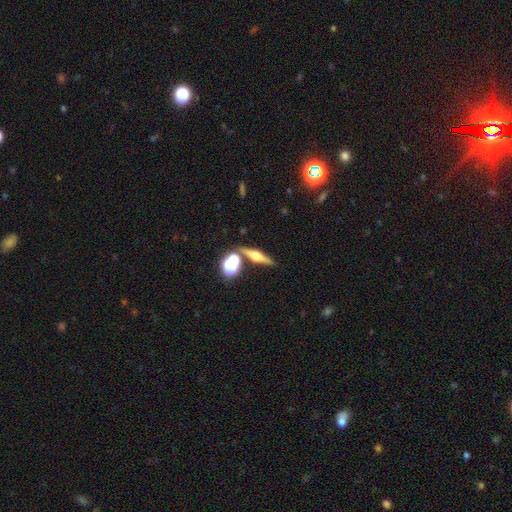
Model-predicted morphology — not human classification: This is likely a featured or disk galaxy (68%). It is clearly viewed edge-on (95%). Edge-on bulge: clearly rounded (94%). Merging: likely none (77%).